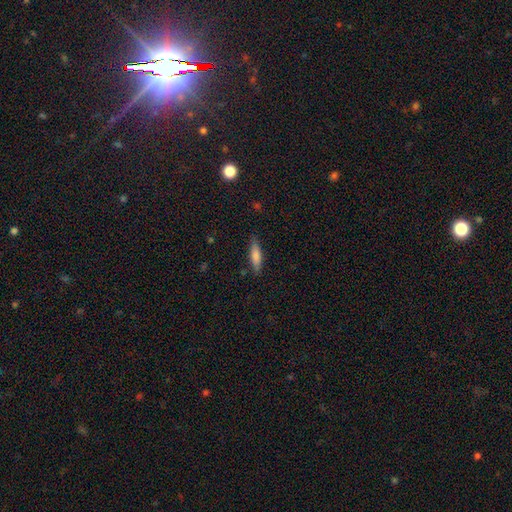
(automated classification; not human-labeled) A smooth galaxy with no disk features (75%) that is cigar-shaped (71%).

Vote fractions:
- Smooth or featured? smooth: 75% / featured or disk: 18% / star or artifact: 6%
- How rounded? cigar-shaped: 71% / in between: 28% / round: 2%
- Merging? none: 84% / minor disturbance: 12% / major disturbance: 2% / merger: 1%